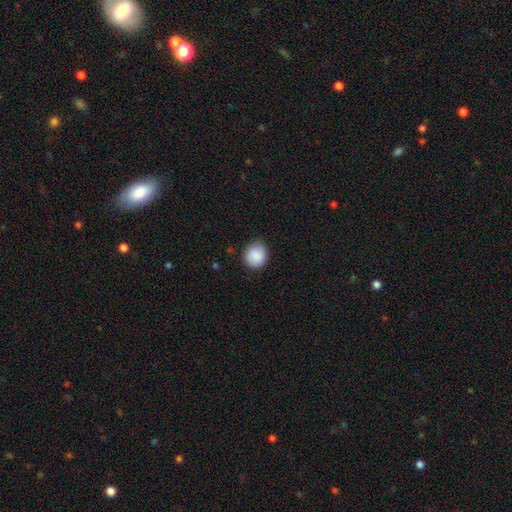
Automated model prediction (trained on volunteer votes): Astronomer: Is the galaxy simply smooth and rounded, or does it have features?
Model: smooth — 89%.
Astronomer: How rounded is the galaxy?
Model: round — 83%.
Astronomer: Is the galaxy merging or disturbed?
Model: none — 84%.